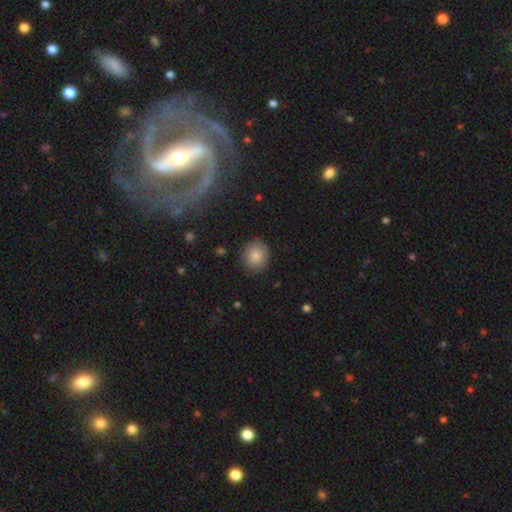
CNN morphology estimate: Q: Smooth or featured?
A: smooth (84%); runner-up: star or artifact (8%)
Q: How rounded?
A: round (75%); runner-up: in between (24%)
Q: Merging?
A: none (86%); runner-up: minor disturbance (11%)